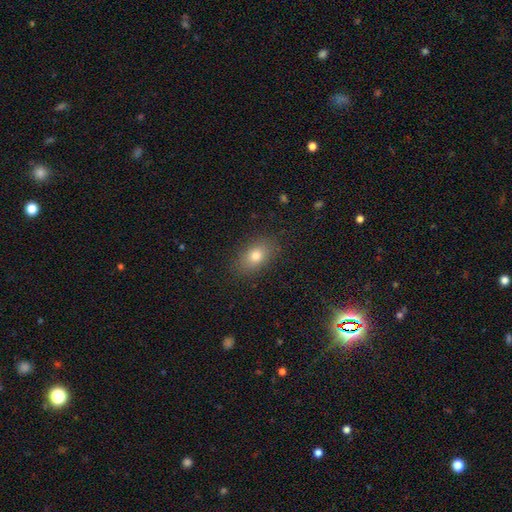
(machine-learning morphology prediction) Overall: smooth (78%). How rounded: in between (82%). Merging: none (86%).